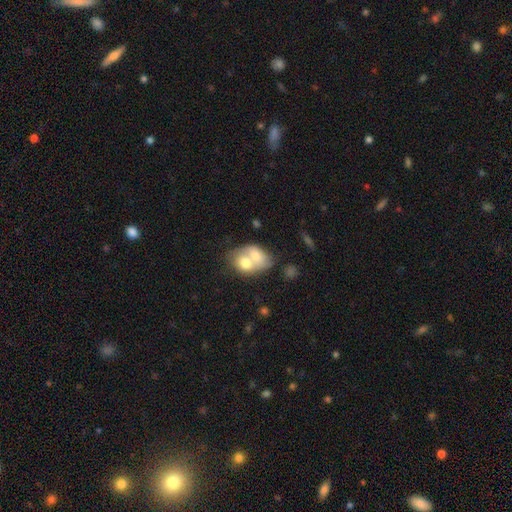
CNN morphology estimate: smooth 66%, featured or disk 27%, star or artifact 7%. Down the decision tree: how rounded — in between (66%); merging — merger (78%).